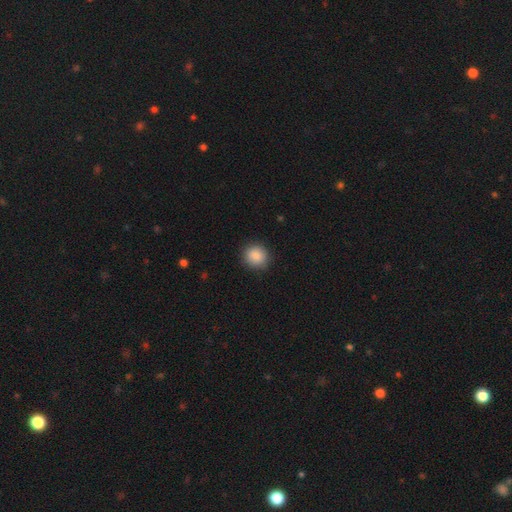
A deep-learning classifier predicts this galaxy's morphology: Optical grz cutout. It shows a smooth galaxy with no disk features (88%) that is round (86%). Merging: none (88%).